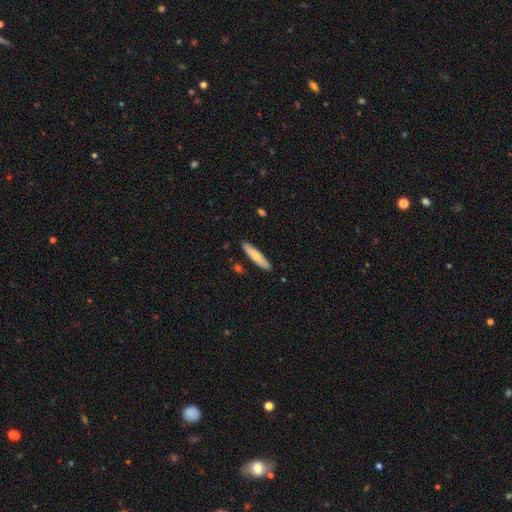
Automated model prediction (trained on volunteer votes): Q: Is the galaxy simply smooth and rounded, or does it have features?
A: smooth — 68%.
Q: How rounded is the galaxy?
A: cigar-shaped — 84%.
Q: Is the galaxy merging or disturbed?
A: none — 88%.